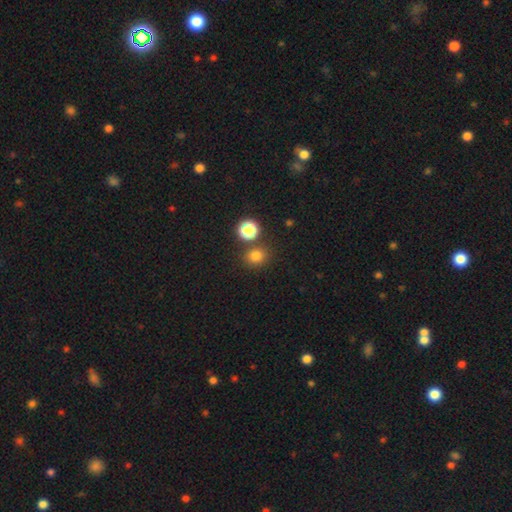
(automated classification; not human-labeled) This appears to be a smooth galaxy with no disk features (77%) that is round (78%). Merging: none (77%).